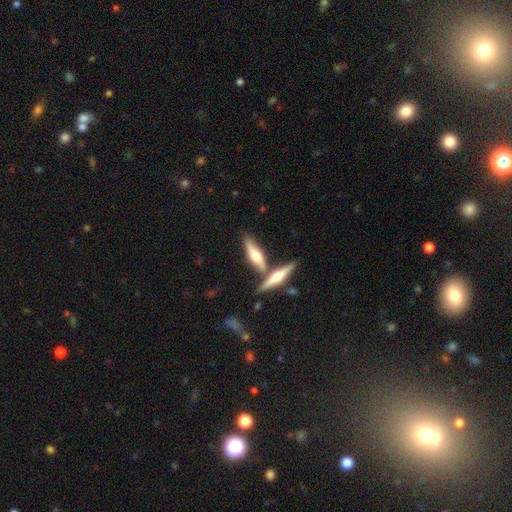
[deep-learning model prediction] smooth_or_featured: featured or disk (p=0.55) [alt: smooth p=0.39]
disk_edge_on: yes (p=0.94) [alt: no p=0.06]
edge_on_bulge: rounded (p=0.91) [alt: boxy p=0.05]
merging: none (p=0.60) [alt: merger p=0.27]